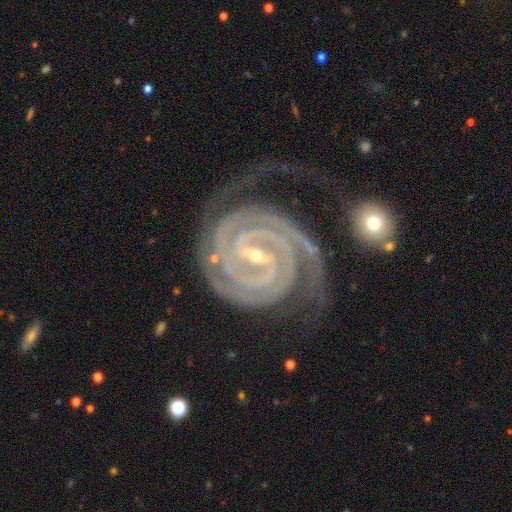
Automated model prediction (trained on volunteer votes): A featured or disk galaxy (94%) with a strong bar (54%), 2 (56%) tight (89%) spiral arms (99%) and a small central bulge (73%).

Vote fractions:
- Smooth or featured? featured or disk: 94% / star or artifact: 4% / smooth: 2%
- Edge-on disk? no: 98% / yes: 2%
- Bar? strong: 54% / weak: 35% / no: 11%
- Spiral arms? yes: 99% / no: 1%
- Spiral winding? tight: 89% / medium: 10% / loose: 2%
- Spiral arm count? 2: 56% / 3: 16% / 4: 10% / can't tell: 7% / more than 4: 5% / 1: 5%
- Bulge size? small: 73% / moderate: 24% / none: 1% / large: 1% / dominant: 1%
- Merging? none: 65% / minor disturbance: 20% / major disturbance: 11% / merger: 4%